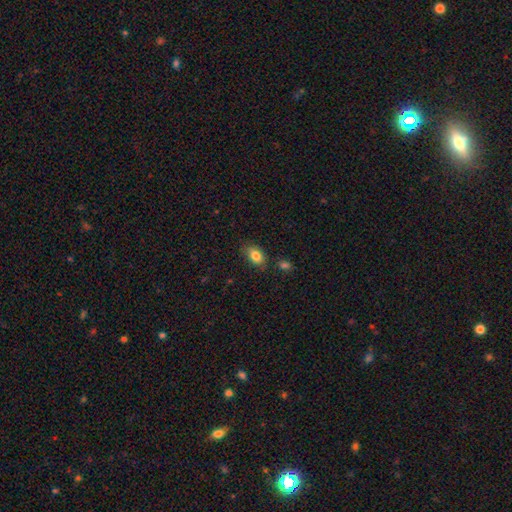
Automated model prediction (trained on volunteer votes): This appears to be a smooth galaxy with no disk features (83%) that is in between round and cigar-shaped (87%). Merging: none (78%).